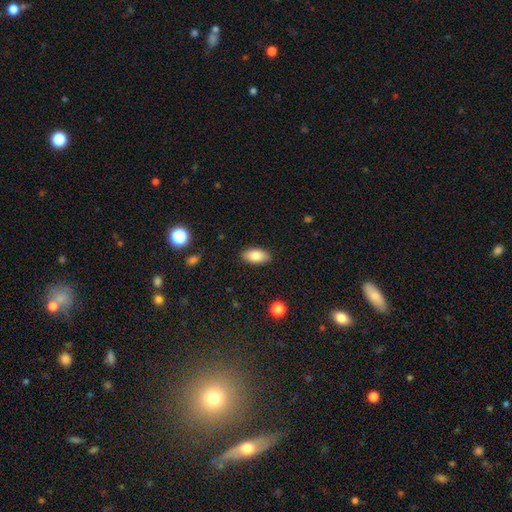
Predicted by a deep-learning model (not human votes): smooth 86%, star or artifact 7%, featured or disk 7%. Down the decision tree: how rounded — in between (92%); merging — none (88%).